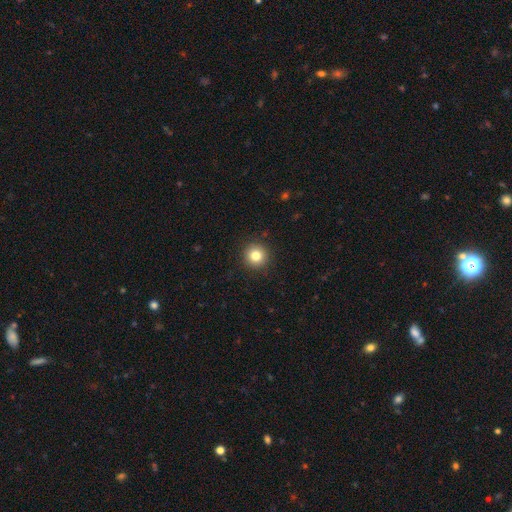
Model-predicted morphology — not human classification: Smooth or featured? smooth (82%)
How rounded? round (95%)
Merging? none (92%)